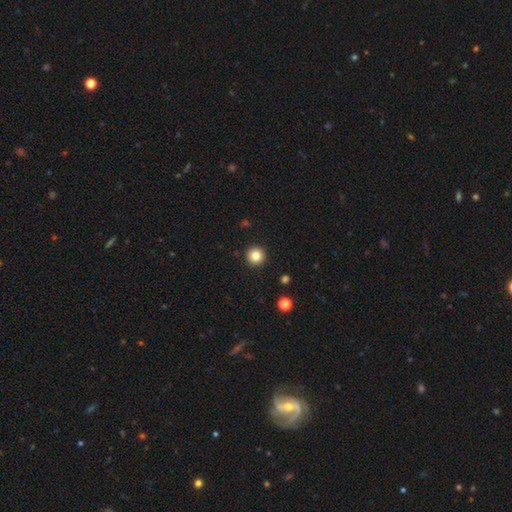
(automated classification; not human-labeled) Q: Smooth or featured?
A: smooth (83%); runner-up: star or artifact (11%)
Q: How rounded?
A: round (96%); runner-up: in between (3%)
Q: Merging?
A: none (93%); runner-up: minor disturbance (4%)